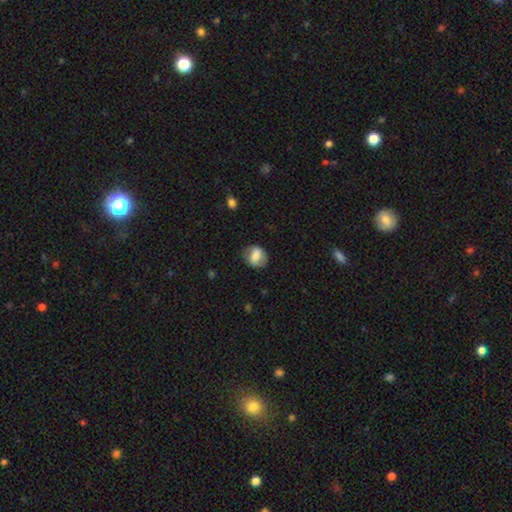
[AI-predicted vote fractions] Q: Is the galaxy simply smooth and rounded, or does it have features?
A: smooth — 66%.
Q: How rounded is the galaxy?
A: round — 56%.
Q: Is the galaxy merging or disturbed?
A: none — 73%.